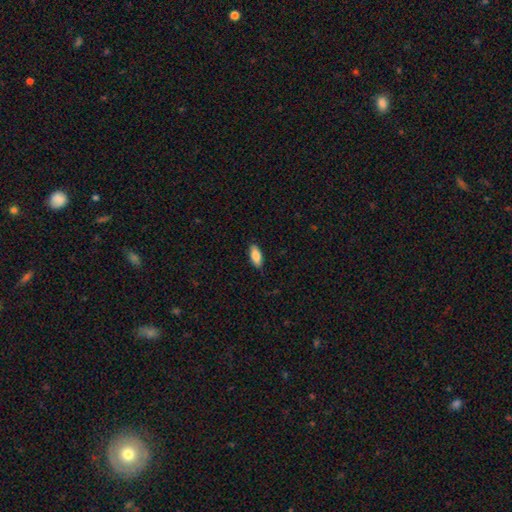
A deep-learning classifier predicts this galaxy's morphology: This is clearly a smooth galaxy (85%). How rounded: clearly in between (84%). Merging: clearly none (88%).